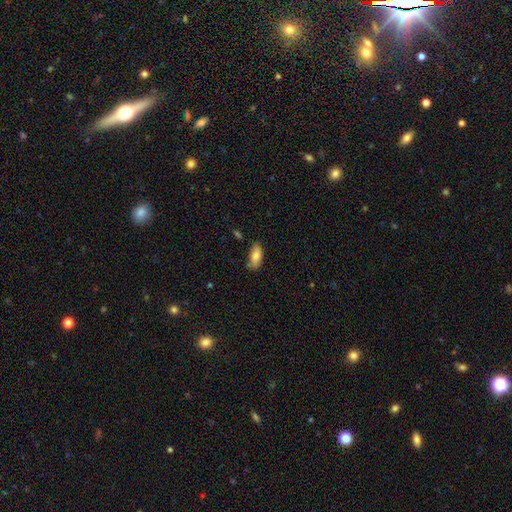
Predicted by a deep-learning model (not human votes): This is clearly a smooth galaxy (81%). How rounded: clearly in between (88%). Merging: likely none (78%).